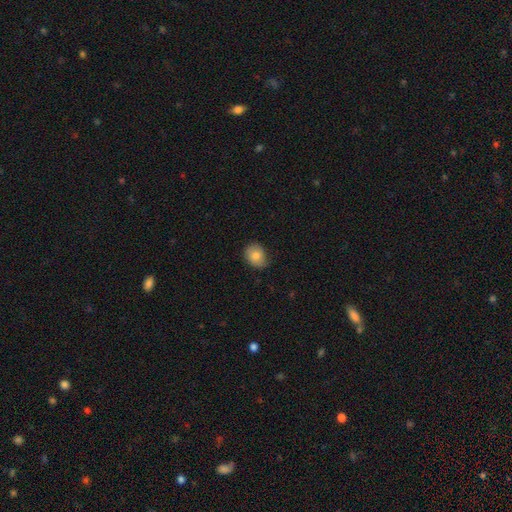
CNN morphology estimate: Smooth or featured? Predicted: smooth (p=0.83). How rounded? Predicted: round (p=0.54). Merging? Predicted: none (p=0.73).